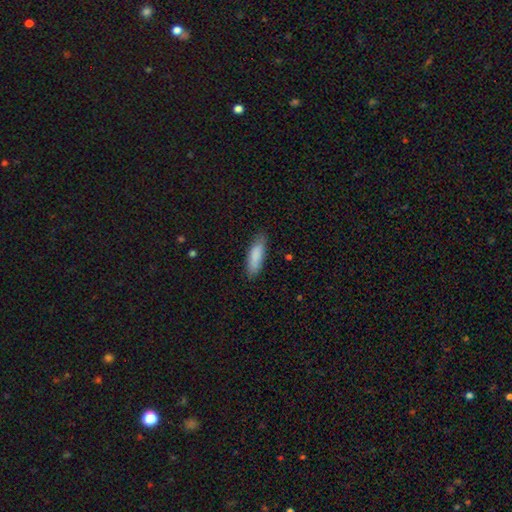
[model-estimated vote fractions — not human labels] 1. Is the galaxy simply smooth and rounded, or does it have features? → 85% smooth, 9% featured or disk, 6% star or artifact.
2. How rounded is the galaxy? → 55% in between, 43% cigar-shaped, 2% round.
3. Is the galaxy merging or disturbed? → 78% none, 17% minor disturbance, 3% major disturbance, 1% merger.